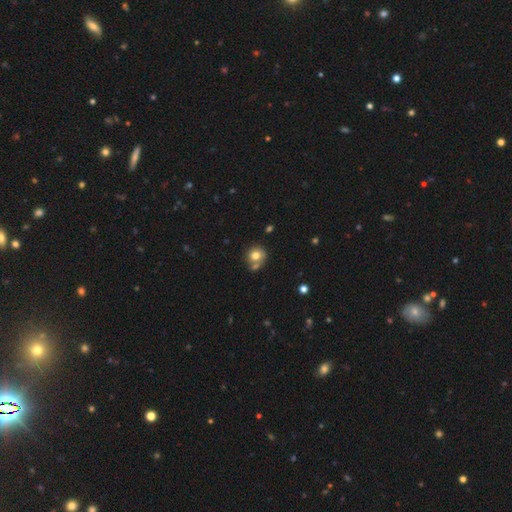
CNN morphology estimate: A smooth galaxy with no disk features (75%) that is round (85%). Merging: none (54%).